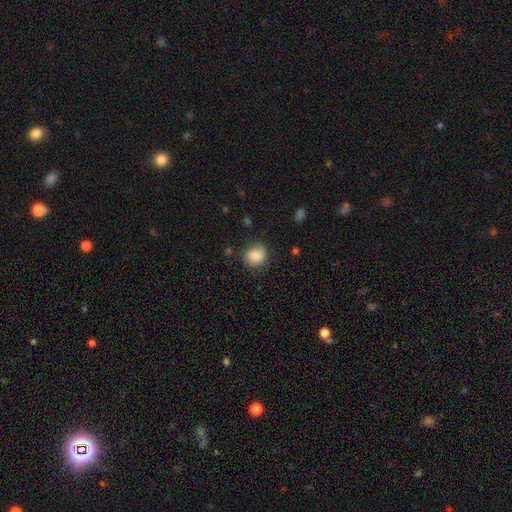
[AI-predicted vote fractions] smooth_or_featured: smooth (p=0.82) [alt: featured or disk p=0.09]
how_rounded: round (p=0.66) [alt: in between p=0.33]
merging: none (p=0.67) [alt: minor disturbance p=0.24]